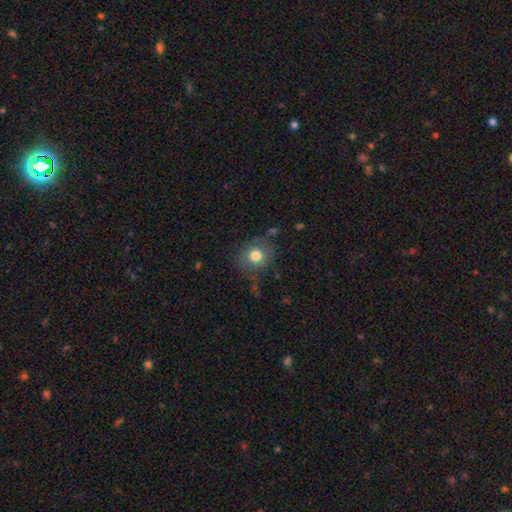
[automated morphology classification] smooth_or_featured: smooth (p=0.79) [alt: star or artifact p=0.11]
how_rounded: round (p=0.83) [alt: in between p=0.16]
merging: none (p=0.73) [alt: minor disturbance p=0.17]